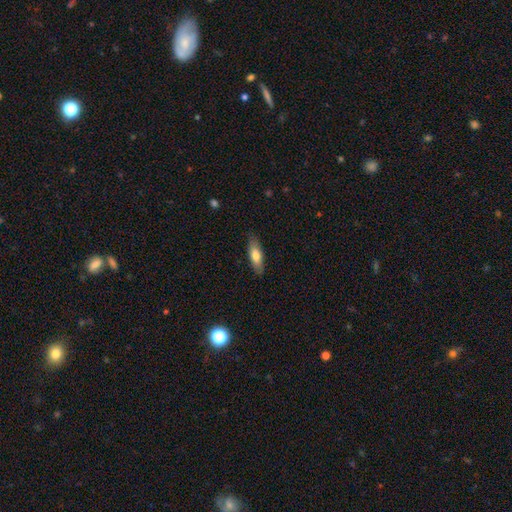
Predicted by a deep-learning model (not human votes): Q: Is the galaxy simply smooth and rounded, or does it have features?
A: smooth — 73%.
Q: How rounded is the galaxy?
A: in between — 53%.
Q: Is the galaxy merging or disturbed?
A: none — 84%.